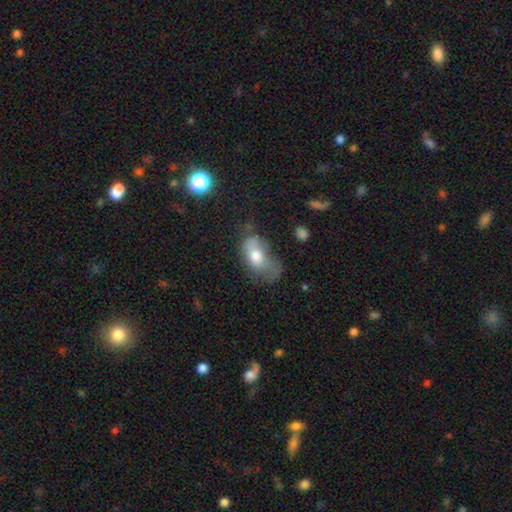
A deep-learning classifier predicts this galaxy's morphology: Q: Smooth or featured?
A: smooth (63%); runner-up: featured or disk (28%)
Q: How rounded?
A: in between (86%); runner-up: round (11%)
Q: Merging?
A: major disturbance (45%); runner-up: minor disturbance (27%)